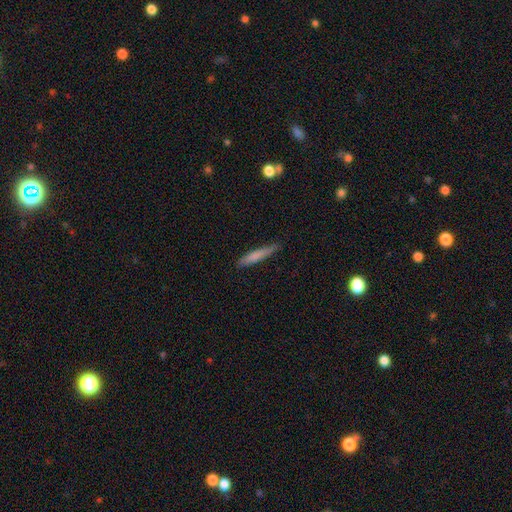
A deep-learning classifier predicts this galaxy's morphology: Smooth or featured: smooth — 72% (featured or disk — 21%)
How rounded: cigar-shaped — 93% (in between — 5%)
Merging: none — 82% (minor disturbance — 15%)